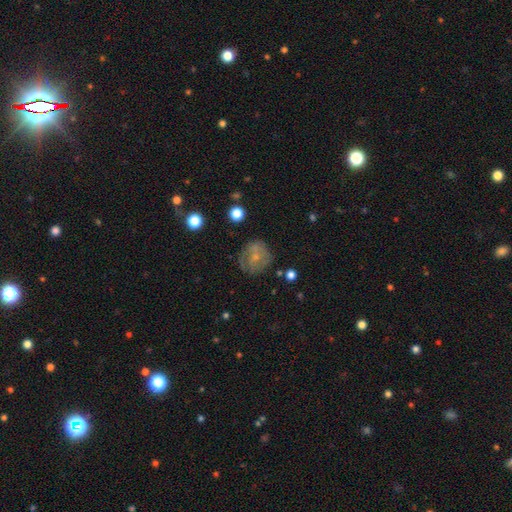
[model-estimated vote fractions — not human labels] A smooth galaxy with no disk features (48%).

Vote fractions:
- Smooth or featured? smooth: 48% / featured or disk: 42% / star or artifact: 10%
- Merging? none: 64% / minor disturbance: 21% / major disturbance: 11% / merger: 3%